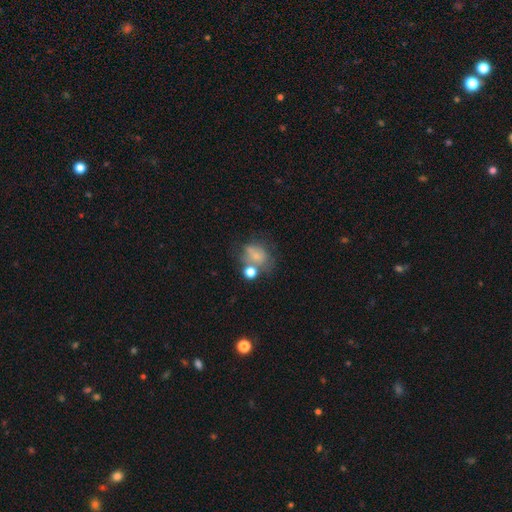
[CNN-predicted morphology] This appears to be a smooth galaxy with no disk features (62%) that is round (55%). Merging: none (36%).